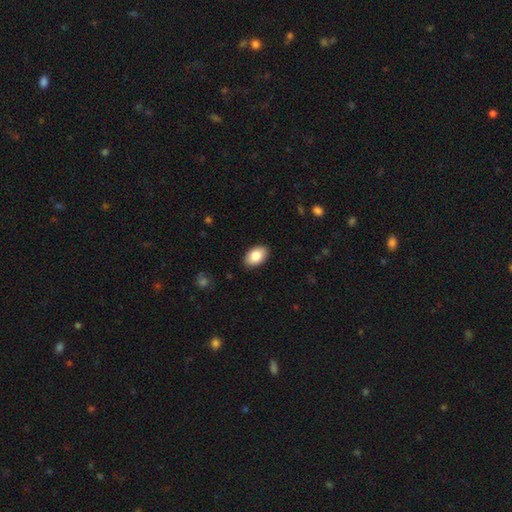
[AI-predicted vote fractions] smooth-or-featured: smooth: 86% | featured or disk: 8% | star or artifact: 7%
  how-rounded: in between: 92% | round: 7% | cigar-shaped: 1%
  merging: none: 89% | minor disturbance: 8% | major disturbance: 2% | merger: 1%